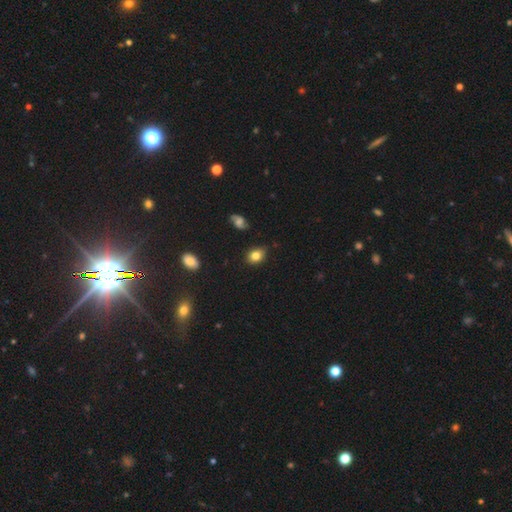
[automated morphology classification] smooth_or_featured: smooth (p=0.82) [alt: star or artifact p=0.10]
how_rounded: in between (p=0.61) [alt: round p=0.38]
merging: none (p=0.81) [alt: minor disturbance p=0.14]